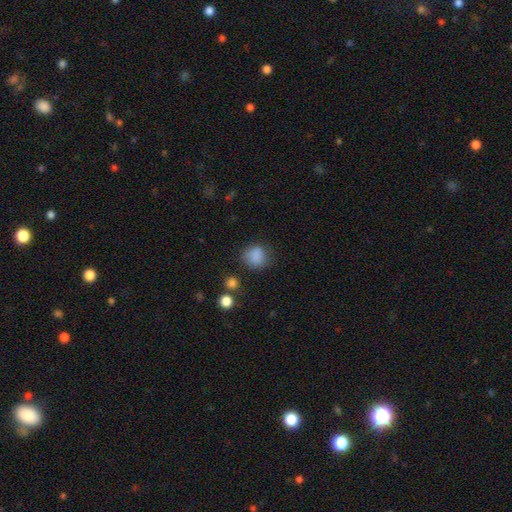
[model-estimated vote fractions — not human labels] A smooth galaxy with no disk features (84%) that is round (76%).

Vote fractions:
- Smooth or featured? smooth: 84% / star or artifact: 11% / featured or disk: 5%
- How rounded? round: 76% / in between: 23% / cigar-shaped: 1%
- Merging? none: 72% / minor disturbance: 18% / major disturbance: 6% / merger: 3%